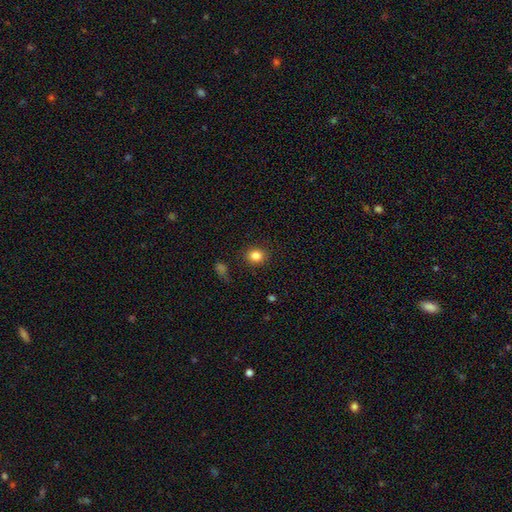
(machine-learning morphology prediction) Smooth or featured?
  - smooth: 84% *
  - star or artifact: 11%
  - featured or disk: 5%
How rounded?
  - round: 74% *
  - in between: 25%
  - cigar-shaped: 1%
Merging?
  - none: 86% *
  - minor disturbance: 9%
  - major disturbance: 3%
  - merger: 2%